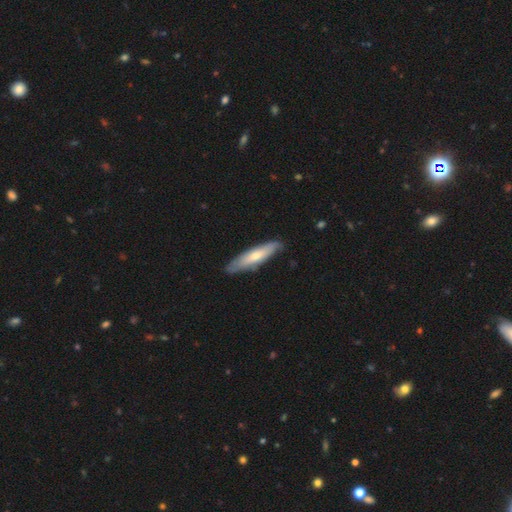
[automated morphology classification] The model was most divided on "smooth or featured": smooth: 56%, featured or disk: 39%, star or artifact: 5%. More confident: merging — none (79%); how rounded — cigar-shaped (75%).